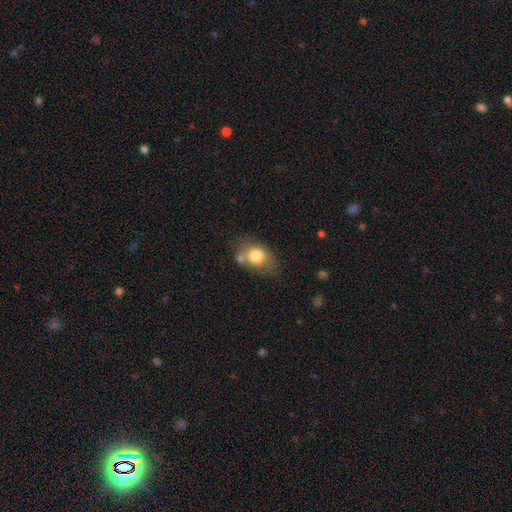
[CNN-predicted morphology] This is likely a smooth galaxy (76%). How rounded: likely in between (70%). Merging: possibly none (54%).